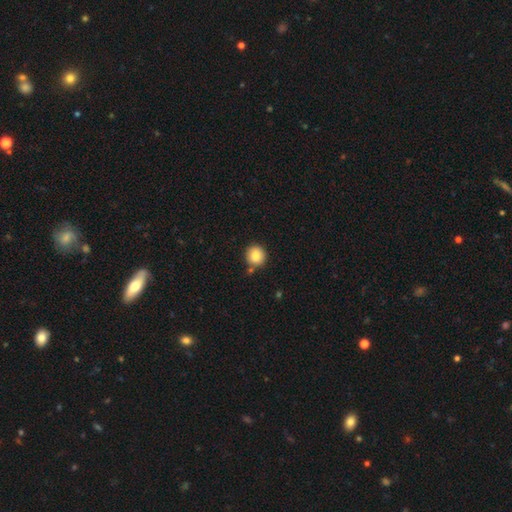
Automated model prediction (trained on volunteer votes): Q: Smooth or featured?
A: smooth (86%); runner-up: star or artifact (9%)
Q: How rounded?
A: round (91%); runner-up: in between (8%)
Q: Merging?
A: none (78%); runner-up: minor disturbance (11%)